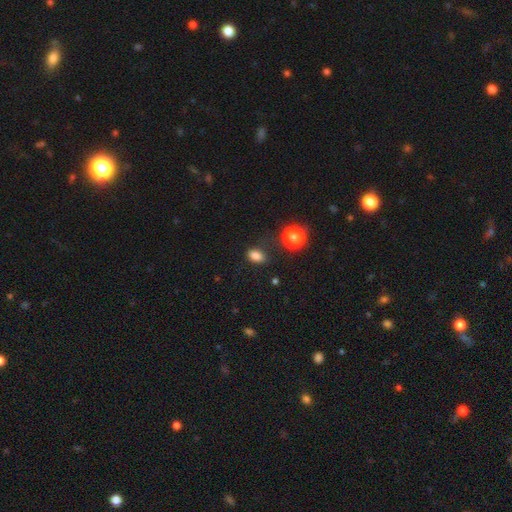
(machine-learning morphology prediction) Smooth or featured: smooth — 83% (star or artifact — 13%)
How rounded: in between — 80% (round — 17%)
Merging: none — 78% (minor disturbance — 15%)